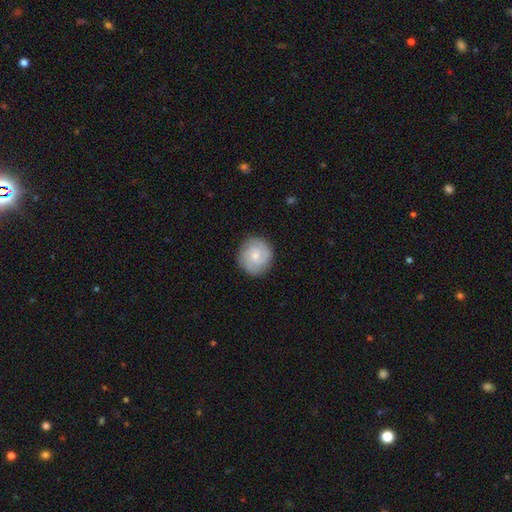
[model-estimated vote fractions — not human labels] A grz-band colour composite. It shows a featured or disk galaxy (71%) with no bar (60%), 2 (59%) tight (63%) spiral arms (95%) and a small central bulge (55%). Merging: none (86%).